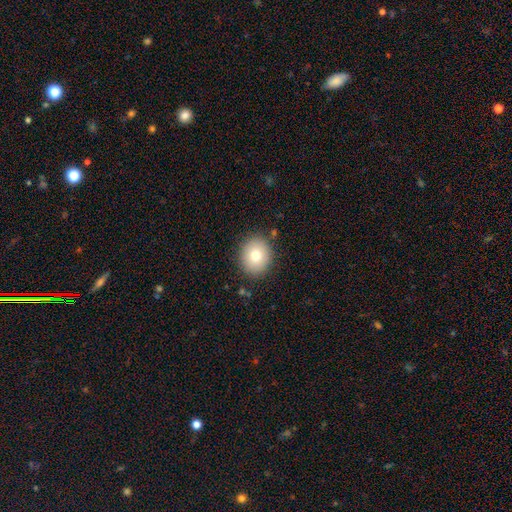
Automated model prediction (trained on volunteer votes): Morphology: type=smooth (78%); roundness=round (71%); merging=none (86%).